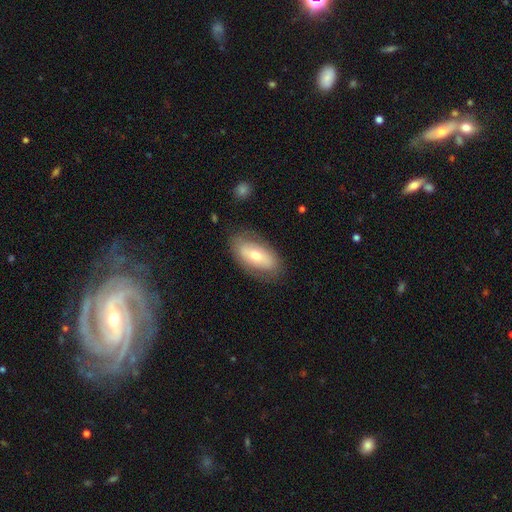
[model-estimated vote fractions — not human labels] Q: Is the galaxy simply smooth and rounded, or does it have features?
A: smooth — 54%.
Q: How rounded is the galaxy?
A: in between — 90%.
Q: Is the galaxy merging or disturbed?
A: none — 80%.